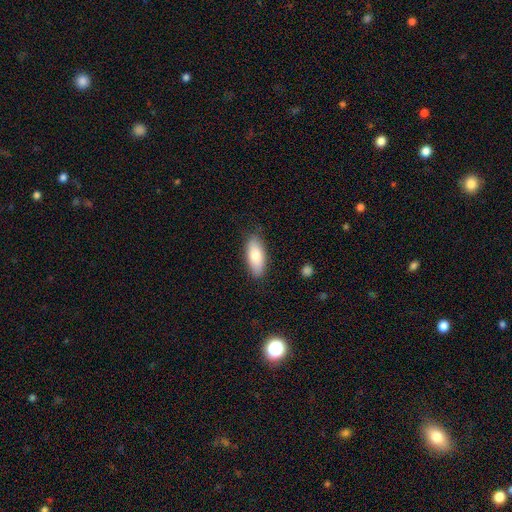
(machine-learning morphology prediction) This appears to be a smooth galaxy with no disk features (79%) that is in between round and cigar-shaped (78%). Merging: none (86%).